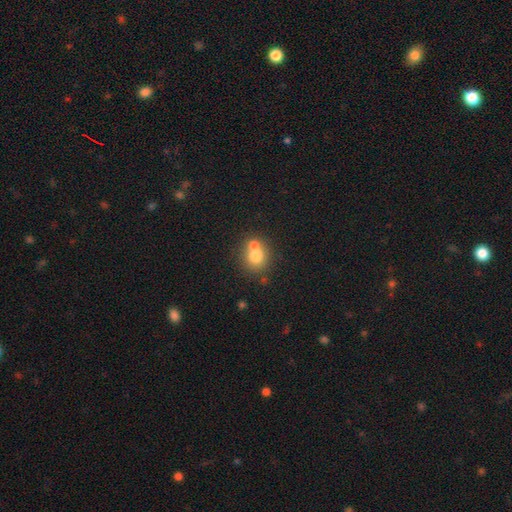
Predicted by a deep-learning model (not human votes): This is likely a smooth galaxy (73%). How rounded: clearly round (82%). Merging: possibly merger (45%, tied with none).